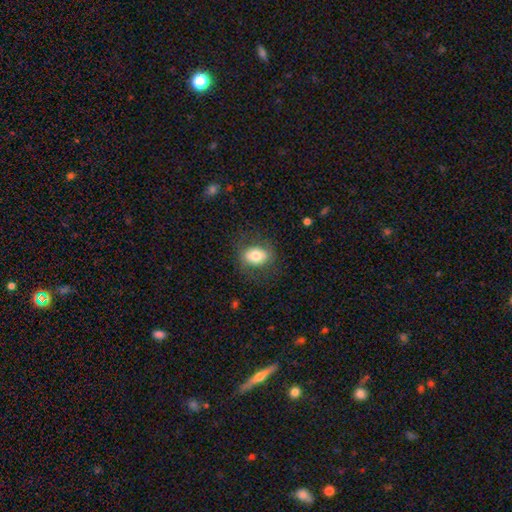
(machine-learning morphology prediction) Smooth or featured? Predicted: smooth (p=0.72). How rounded? Predicted: in between (p=0.65). Merging? Predicted: none (p=0.76).